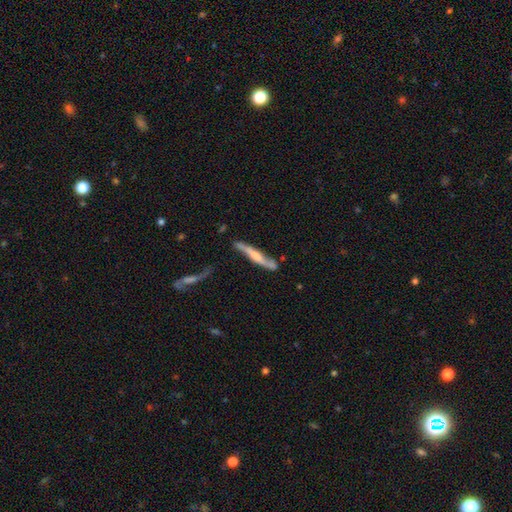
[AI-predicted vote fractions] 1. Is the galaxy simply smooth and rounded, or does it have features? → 62% featured or disk, 32% smooth, 5% star or artifact.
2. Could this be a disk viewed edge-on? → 74% yes, 26% no.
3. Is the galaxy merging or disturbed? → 66% none, 21% minor disturbance, 7% major disturbance, 6% merger.